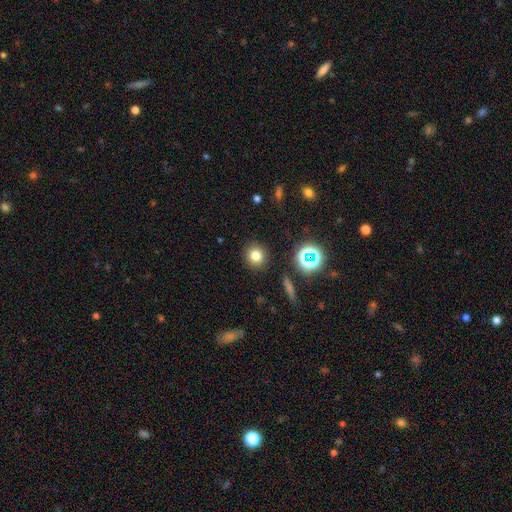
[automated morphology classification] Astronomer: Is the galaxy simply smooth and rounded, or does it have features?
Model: smooth — 76%.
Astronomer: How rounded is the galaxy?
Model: round — 88%.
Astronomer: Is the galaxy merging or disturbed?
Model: none — 90%.